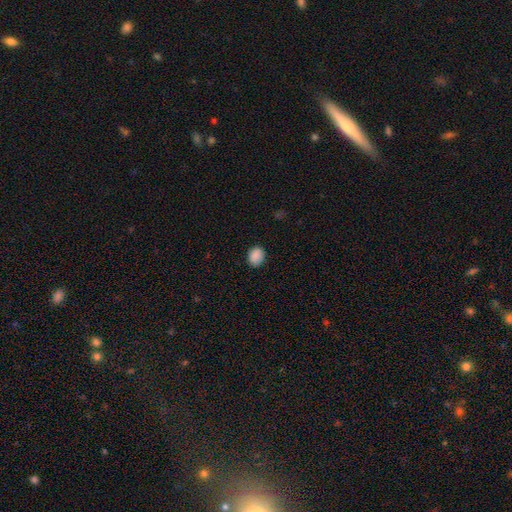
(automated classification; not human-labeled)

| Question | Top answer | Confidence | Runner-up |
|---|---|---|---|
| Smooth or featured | smooth | 89% | star or artifact (8%) |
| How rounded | round | 52% | in between (47%) |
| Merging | none | 86% | minor disturbance (11%) |